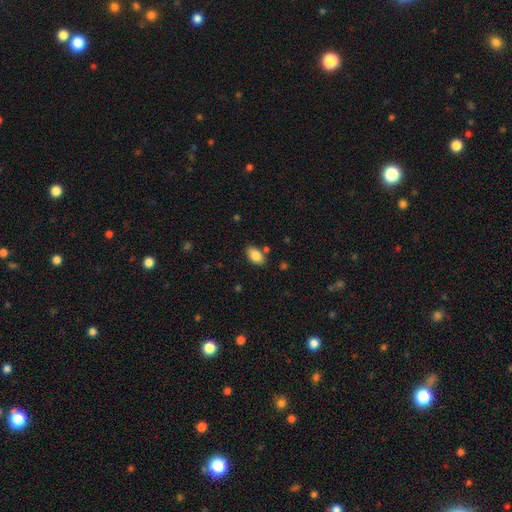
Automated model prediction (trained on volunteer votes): Overall: smooth (84%). How rounded: in between (92%). Merging: none (79%).